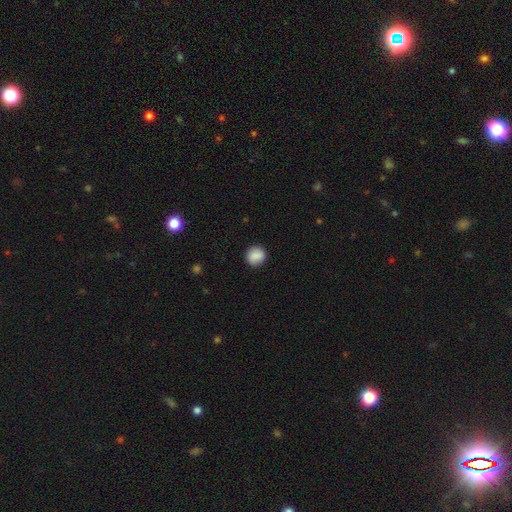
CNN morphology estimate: Smooth or featured?
  - smooth: 83% *
  - featured or disk: 9%
  - star or artifact: 8%
How rounded?
  - round: 85% *
  - in between: 14%
  - cigar-shaped: 1%
Merging?
  - none: 88% *
  - minor disturbance: 9%
  - major disturbance: 2%
  - merger: 1%